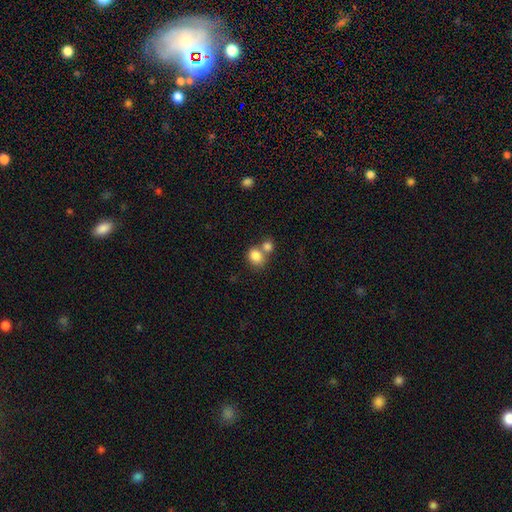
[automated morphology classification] Q: Smooth or featured?
A: smooth (83%); runner-up: star or artifact (9%)
Q: How rounded?
A: round (56%); runner-up: in between (43%)
Q: Merging?
A: merger (46%); runner-up: none (42%)